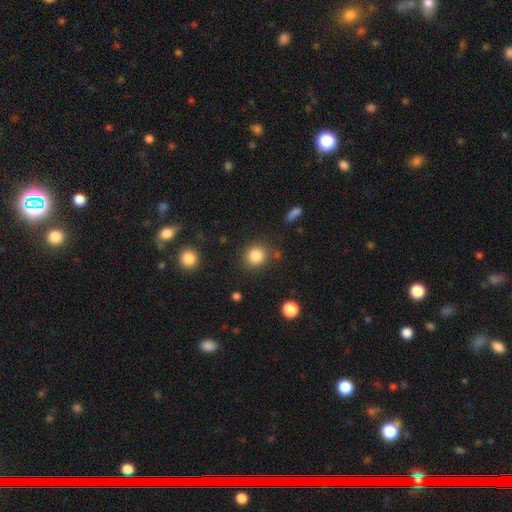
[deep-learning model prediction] smooth-or-featured: smooth: 85% | star or artifact: 10% | featured or disk: 5%
  how-rounded: round: 88% | in between: 11% | cigar-shaped: 1%
  merging: none: 83% | minor disturbance: 9% | merger: 4% | major disturbance: 4%